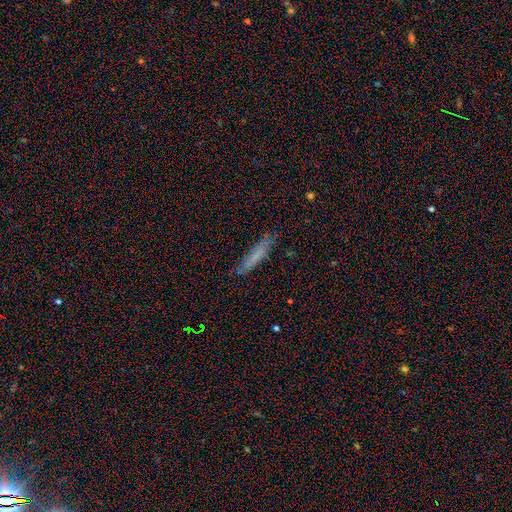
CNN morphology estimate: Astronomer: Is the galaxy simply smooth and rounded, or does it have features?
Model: smooth — 68%.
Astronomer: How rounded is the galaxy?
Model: cigar-shaped — 88%.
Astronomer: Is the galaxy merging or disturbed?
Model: none — 77%.